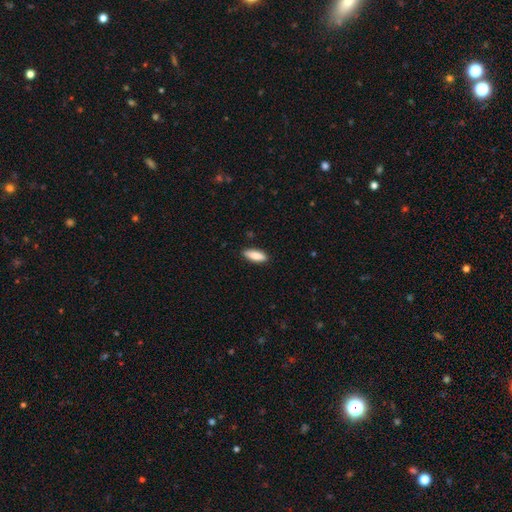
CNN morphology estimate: Smooth or featured?
  - smooth: 87% *
  - featured or disk: 7%
  - star or artifact: 6%
How rounded?
  - in between: 67% *
  - cigar-shaped: 31%
  - round: 2%
Merging?
  - none: 86% *
  - minor disturbance: 11%
  - major disturbance: 2%
  - merger: 1%